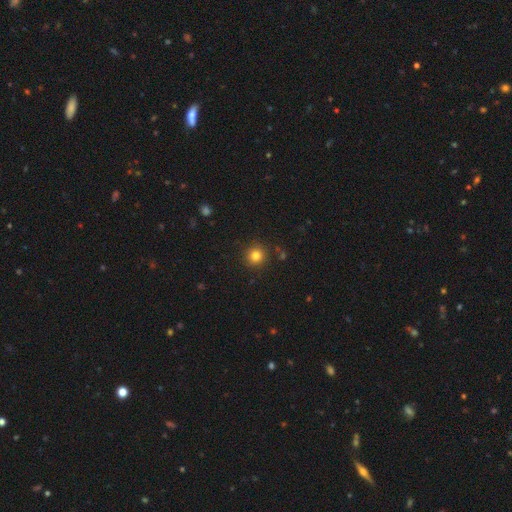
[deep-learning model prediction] Morphology: type=smooth (81%); roundness=round (94%); merging=none (89%).